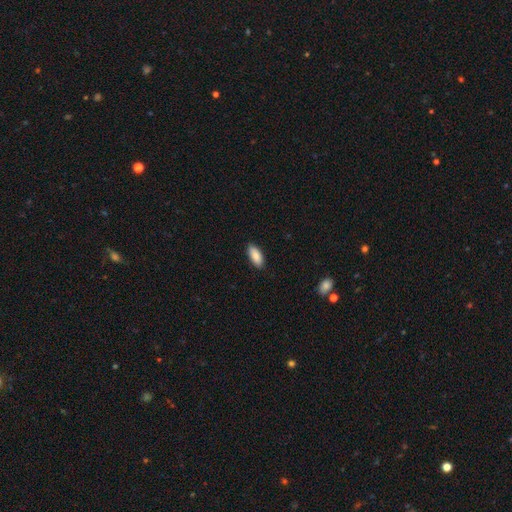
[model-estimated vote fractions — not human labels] smooth 88%, star or artifact 6%, featured or disk 6%. Down the decision tree: how rounded — in between (86%); merging — none (87%).